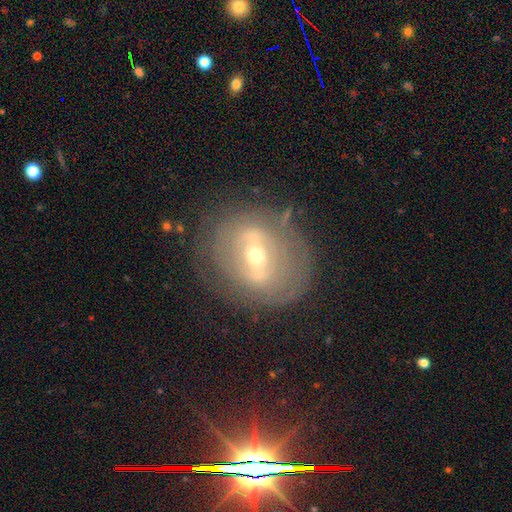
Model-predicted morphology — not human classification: The model was most divided on "bulge size" (2-way tie): small: 48%, moderate: 48%, large: 3%, dominant: 1%, none: 1%. Remaining: edge-on disk — no (91%); smooth or featured — featured or disk (73%); merging — none (72%); spiral arms — no (55%); bar — strong (50%).